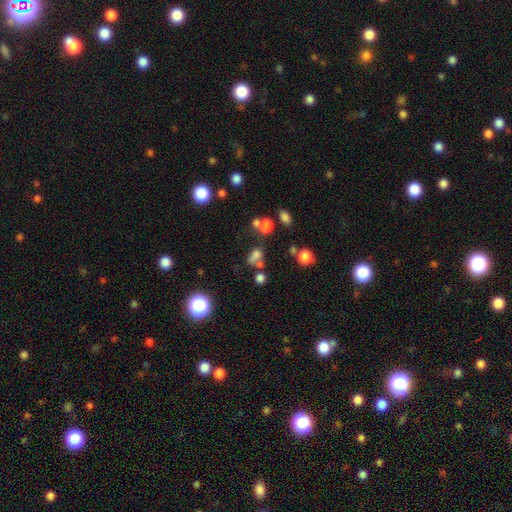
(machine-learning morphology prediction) A smooth galaxy with no disk features (65%) that is in between round and cigar-shaped (65%). Merging: none (41%).